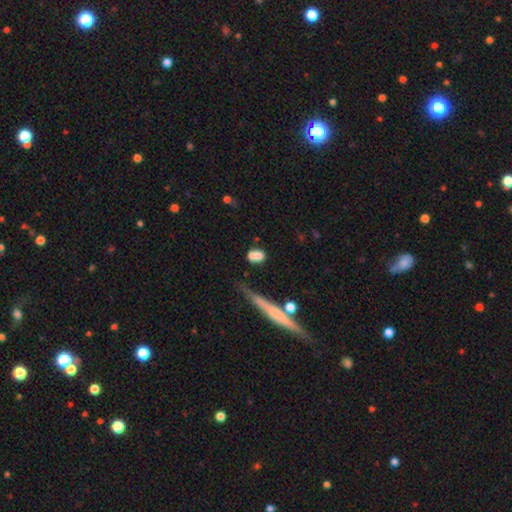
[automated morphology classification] Overall: smooth (74%). How rounded: in between (57%; round 36%). Merging: none (48%; merger 28%).